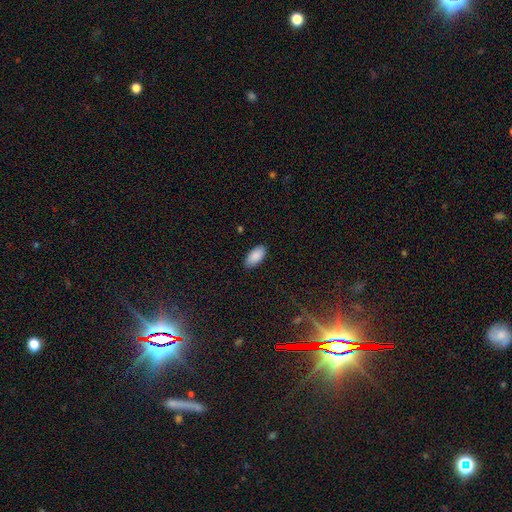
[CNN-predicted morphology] smooth 89%, star or artifact 7%, featured or disk 4%. Down the decision tree: how rounded — in between (94%); merging — none (86%).